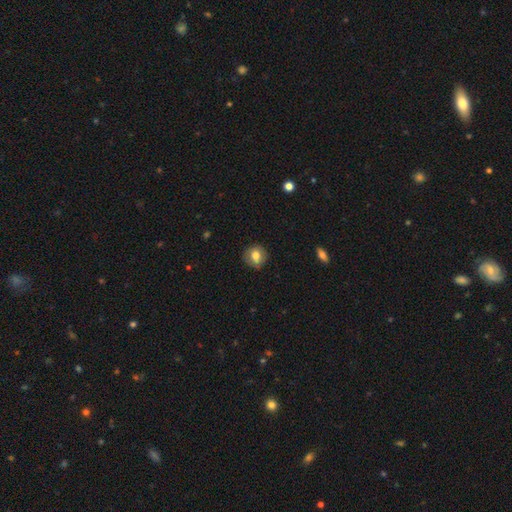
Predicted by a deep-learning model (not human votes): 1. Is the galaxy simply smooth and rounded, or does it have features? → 74% smooth, 18% featured or disk, 9% star or artifact.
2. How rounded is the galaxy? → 81% round, 18% in between, 1% cigar-shaped.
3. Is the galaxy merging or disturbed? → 83% none, 13% minor disturbance, 3% major disturbance, 1% merger.